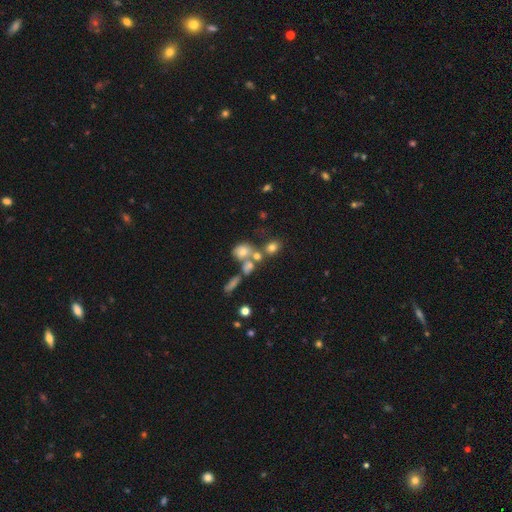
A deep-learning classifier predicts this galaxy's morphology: Smooth or featured: smooth — 47% (star or artifact — 29%)
Merging: none — 42% (merger — 40%)